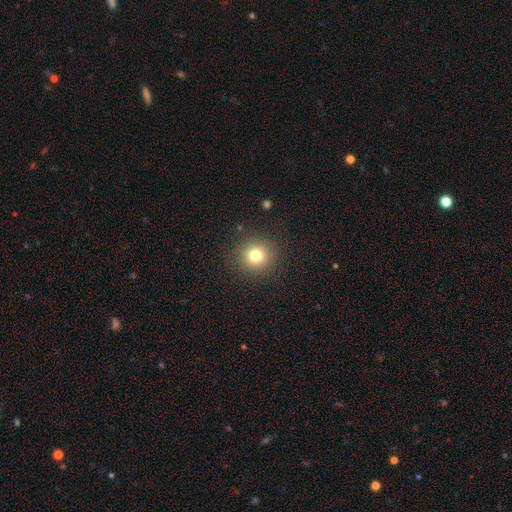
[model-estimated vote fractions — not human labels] The model was most divided on "smooth or featured": smooth: 78%, star or artifact: 14%, featured or disk: 8%. More confident: how rounded — round (94%); merging — none (89%).